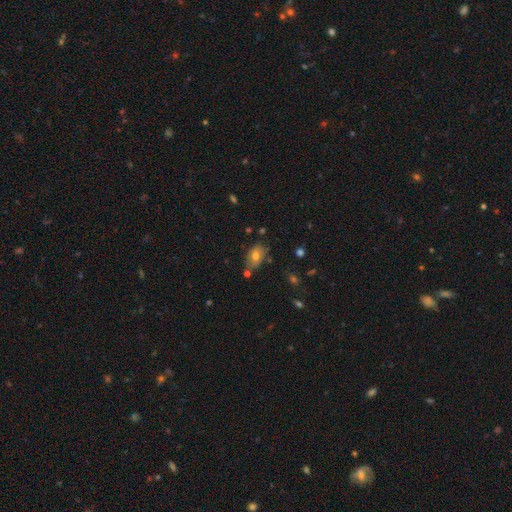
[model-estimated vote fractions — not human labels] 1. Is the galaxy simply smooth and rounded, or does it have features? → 72% smooth, 17% featured or disk, 11% star or artifact.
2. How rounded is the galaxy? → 86% in between, 12% round, 2% cigar-shaped.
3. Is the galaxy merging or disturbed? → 69% none, 18% minor disturbance, 8% merger, 4% major disturbance.